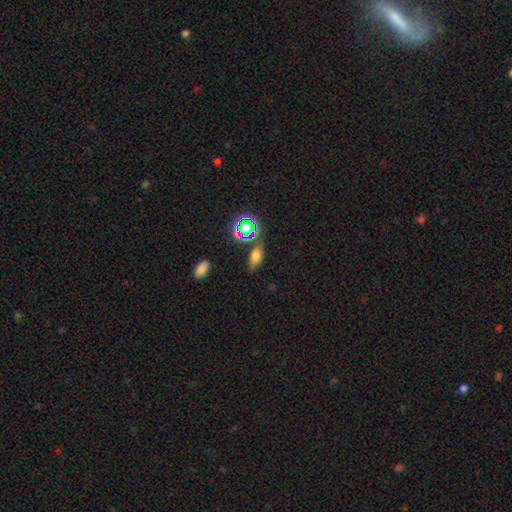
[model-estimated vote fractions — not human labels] Smooth or featured?
  - smooth: 68% *
  - star or artifact: 21%
  - featured or disk: 11%
How rounded?
  - in between: 82% *
  - round: 10%
  - cigar-shaped: 8%
Merging?
  - none: 76% *
  - minor disturbance: 13%
  - merger: 7%
  - major disturbance: 4%